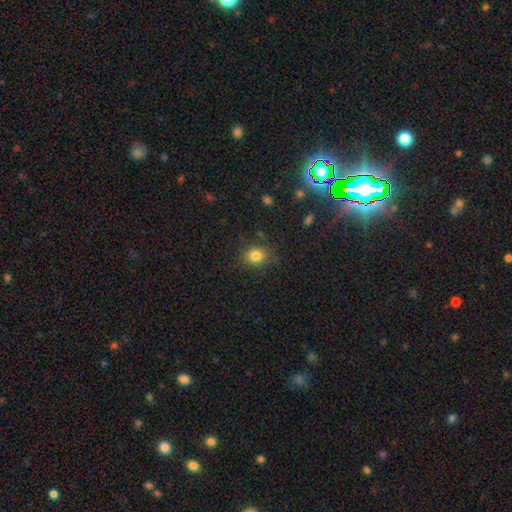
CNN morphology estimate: This appears to be a smooth galaxy with no disk features (82%) that is round (71%). Merging: none (81%).